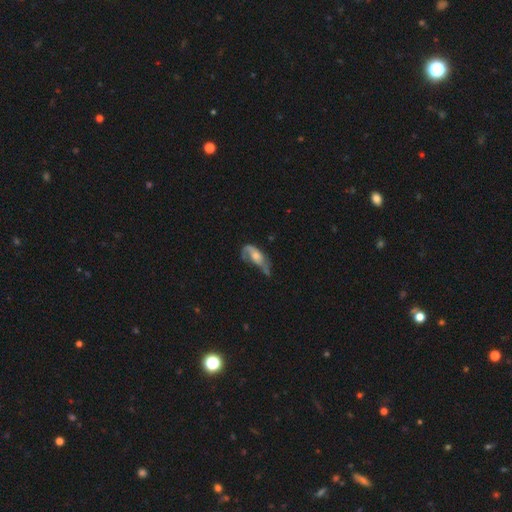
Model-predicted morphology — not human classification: This is possibly a featured or disk galaxy (57%). It is clearly not viewed edge-on (90%). Bar: likely no (68%). Spiral arm pattern: likely yes (75%). Central bulge: marginally moderate (42%). Merging: marginally major disturbance (40%).